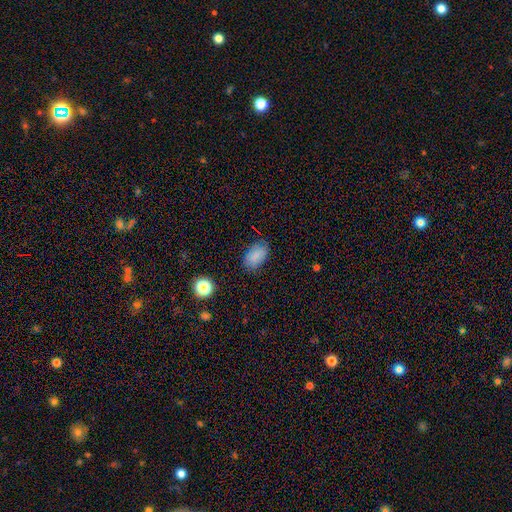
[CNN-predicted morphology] smooth_or_featured: smooth (p=0.83) [alt: star or artifact p=0.09]
how_rounded: in between (p=0.91) [alt: round p=0.07]
merging: none (p=0.77) [alt: minor disturbance p=0.18]